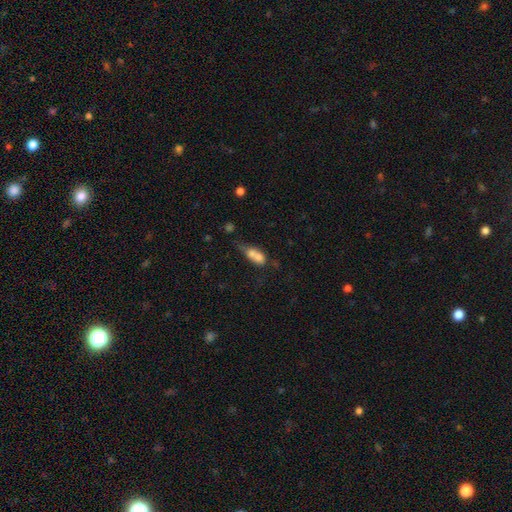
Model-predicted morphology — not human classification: type=smooth (67%); roundness=in between (68%); merging=merger (52%).